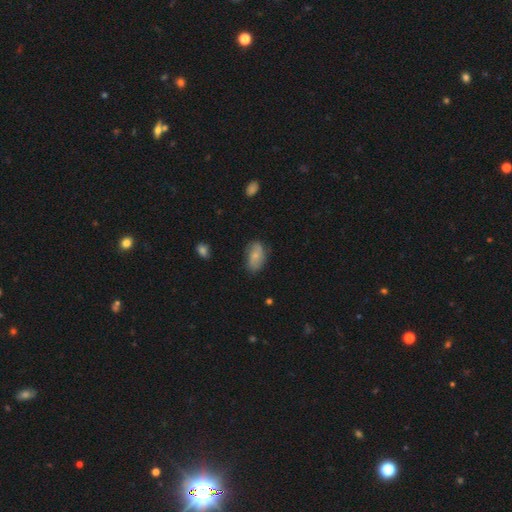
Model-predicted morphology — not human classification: Smooth or featured?
  - smooth: 65% *
  - featured or disk: 28%
  - star or artifact: 7%
How rounded?
  - in between: 91% *
  - round: 7%
  - cigar-shaped: 2%
Merging?
  - none: 66% *
  - minor disturbance: 25%
  - major disturbance: 6%
  - merger: 2%